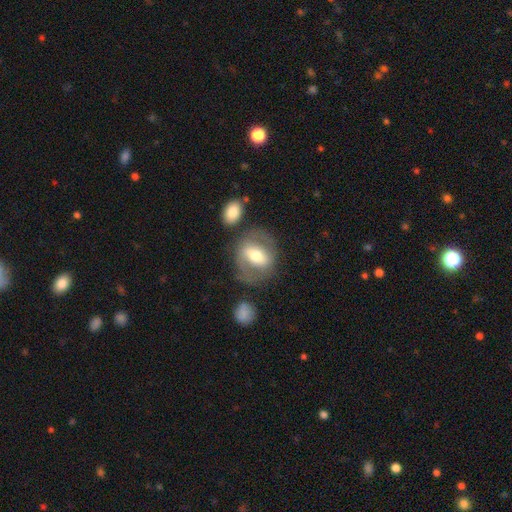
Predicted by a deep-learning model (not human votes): Smooth or featured: featured or disk — 52% (smooth — 41%)
Edge-on disk: no — 90% (yes — 10%)
Merging: none — 70% (minor disturbance — 15%)